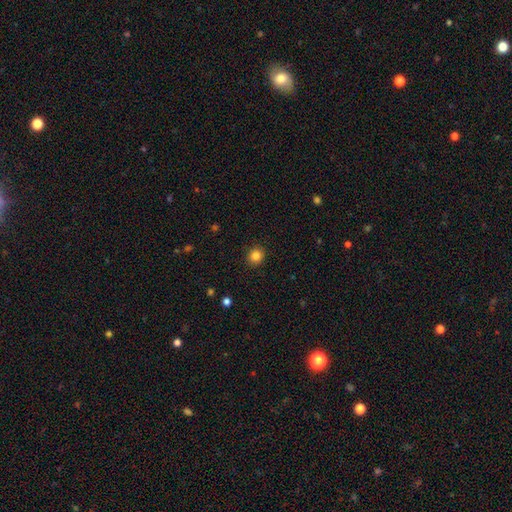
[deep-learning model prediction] A smooth galaxy with no disk features (84%) that is round (87%). Merging: none (91%).